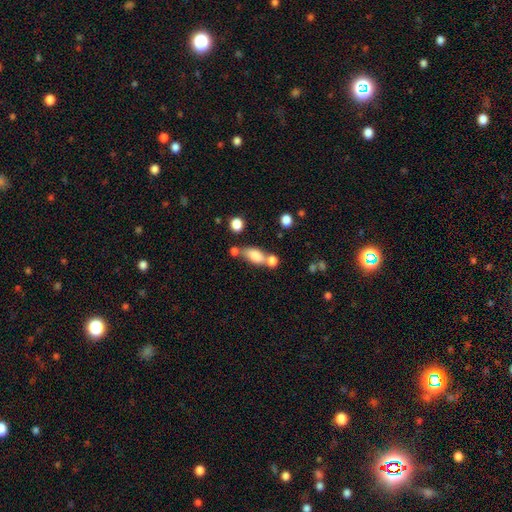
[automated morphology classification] smooth_or_featured: smooth (p=0.77) [alt: featured or disk p=0.14]
how_rounded: in between (p=0.79) [alt: cigar-shaped p=0.11]
merging: merger (p=0.41) [alt: none p=0.39]